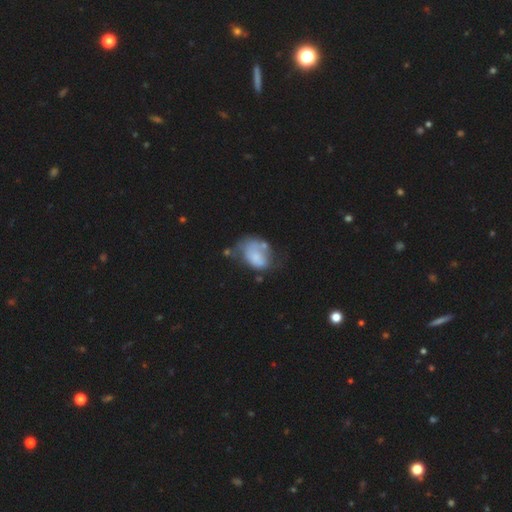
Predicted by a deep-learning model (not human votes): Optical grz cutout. It shows a smooth galaxy with no disk features (58%) that is in between round and cigar-shaped (76%). Merging: major disturbance (28%, tied with minor disturbance).